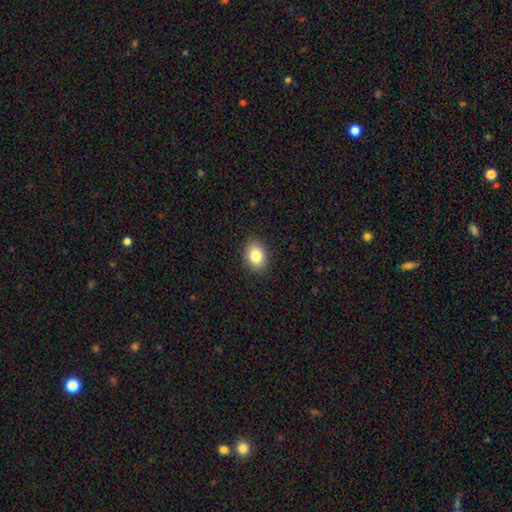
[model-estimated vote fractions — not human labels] Smooth or featured? smooth (84%)
How rounded? in between (66%)
Merging? none (89%)